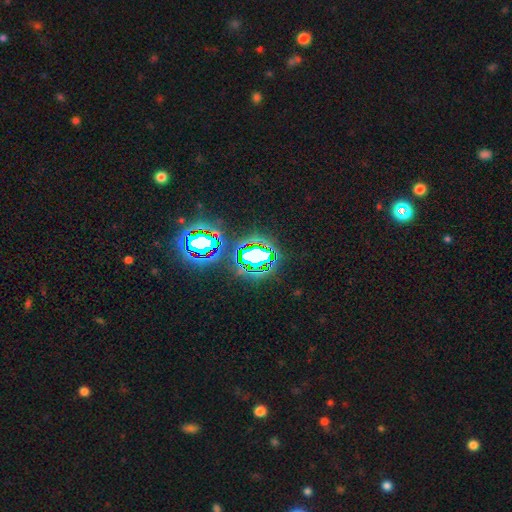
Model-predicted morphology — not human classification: This is likely a star or artifact rather than a galaxy (66%).